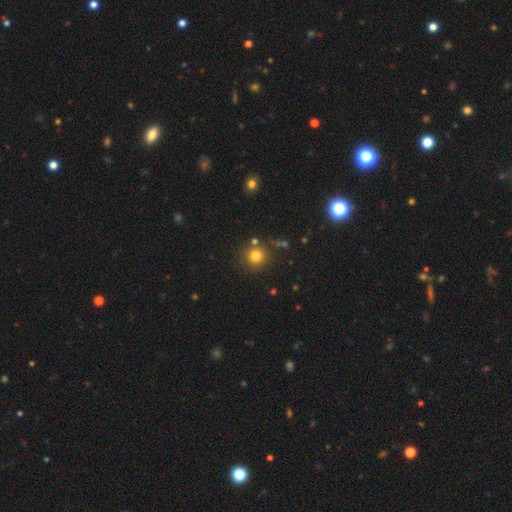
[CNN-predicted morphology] Smooth or featured: smooth — 78% (star or artifact — 14%)
How rounded: round — 93% (in between — 6%)
Merging: none — 80% (minor disturbance — 9%)